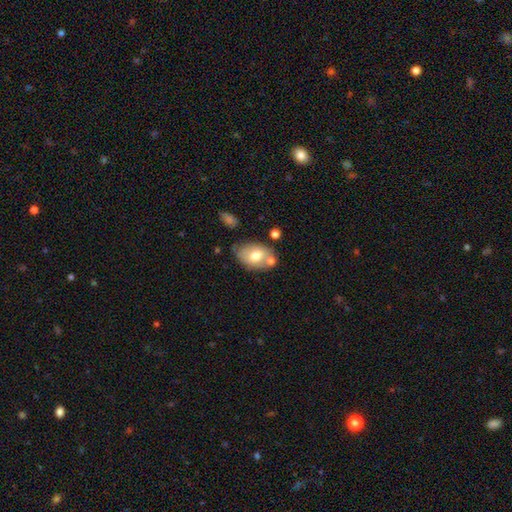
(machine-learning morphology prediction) Smooth or featured? smooth (67%)
How rounded? in between (84%)
Merging? none (59%)